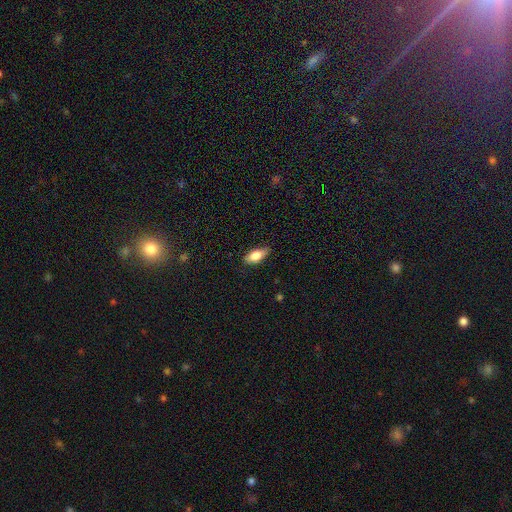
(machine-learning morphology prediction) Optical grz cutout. It shows a smooth galaxy with no disk features (76%) that is in between round and cigar-shaped (81%). Merging: none (80%).